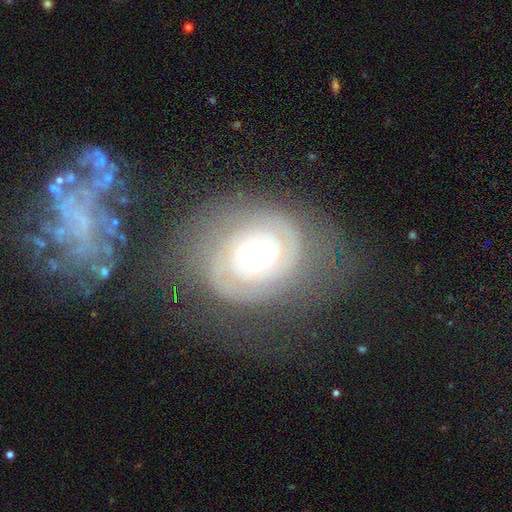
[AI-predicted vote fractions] smooth-or-featured: featured or disk: 77% | smooth: 16% | star or artifact: 7%
  disk-edge-on: no: 97% | yes: 3%
    bar: no: 76% | weak: 18% | strong: 6%
    has-spiral-arms: yes: 87% | no: 13%
      spiral-winding: tight: 68% | medium: 24% | loose: 9%
      spiral-arm-count: 2: 50% | can't tell: 23% | 1: 12% | 3: 7% | 4: 4% | more than 4: 4%
    bulge-size: moderate: 47% | large: 35% | dominant: 8% | small: 8% | none: 2%
  merging: none: 66% | minor disturbance: 17% | major disturbance: 15% | merger: 2%